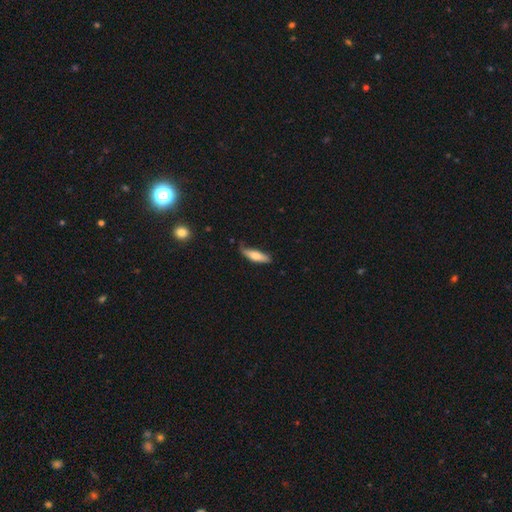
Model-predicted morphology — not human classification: Overall: smooth (71%). How rounded: cigar-shaped (61%; in between 37%). Merging: none (64%; minor disturbance 29%).